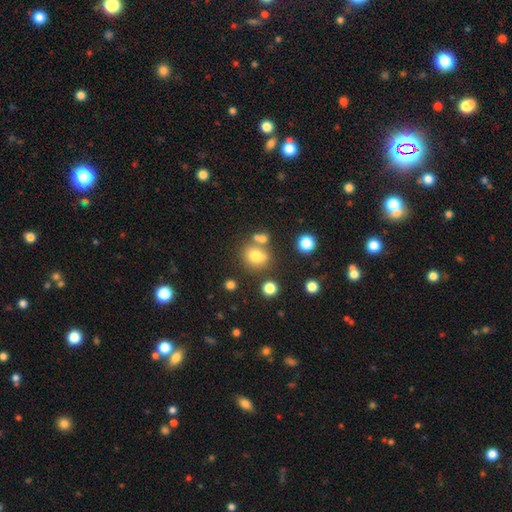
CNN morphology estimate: Q: Smooth or featured?
A: smooth (73%); runner-up: star or artifact (14%)
Q: How rounded?
A: round (77%); runner-up: in between (22%)
Q: Merging?
A: none (62%); runner-up: merger (22%)